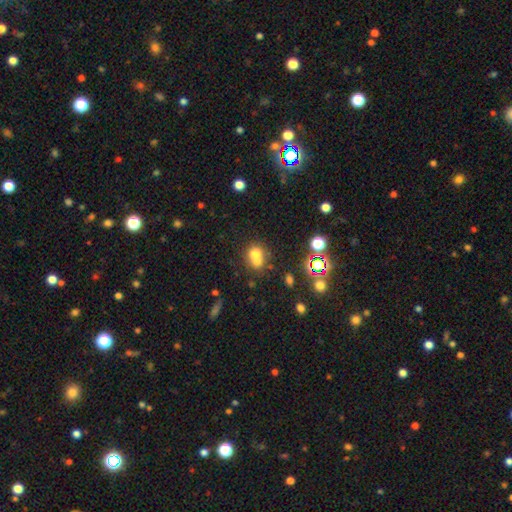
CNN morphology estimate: Smooth or featured: smooth — 66% (featured or disk — 18%)
How rounded: round — 68% (in between — 31%)
Merging: merger — 59% (none — 30%)